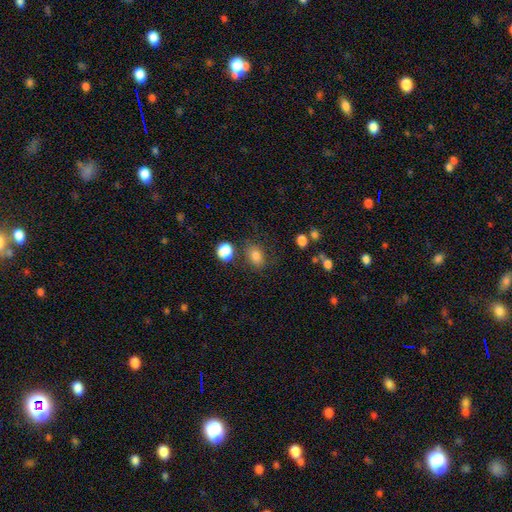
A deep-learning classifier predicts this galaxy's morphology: type=smooth (81%); roundness=in between (65%); merging=none (76%).